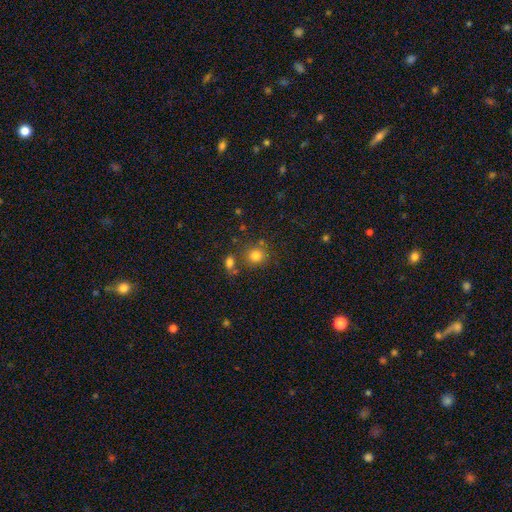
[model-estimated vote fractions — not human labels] Smooth or featured? smooth (79%)
How rounded? round (86%)
Merging? none (72%)